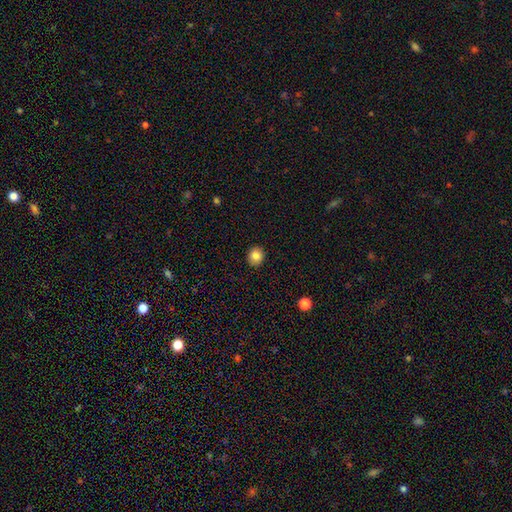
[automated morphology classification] This appears to be a smooth galaxy with no disk features (83%) that is round (80%). Merging: none (92%).